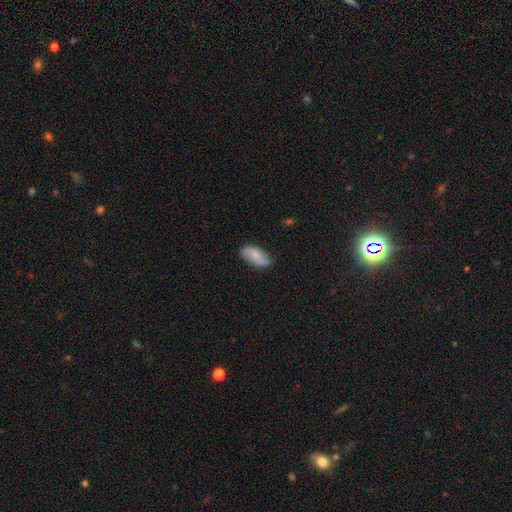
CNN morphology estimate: This is possibly a smooth galaxy (59%). How rounded: clearly in between (91%). Merging: likely none (74%).